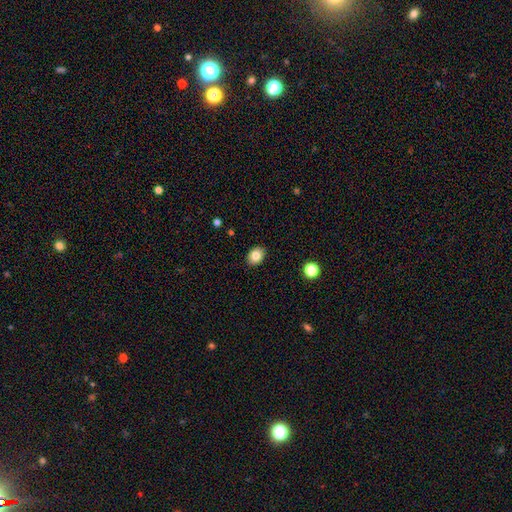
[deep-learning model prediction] Smooth or featured? smooth (84%)
How rounded? in between (62%)
Merging? none (89%)